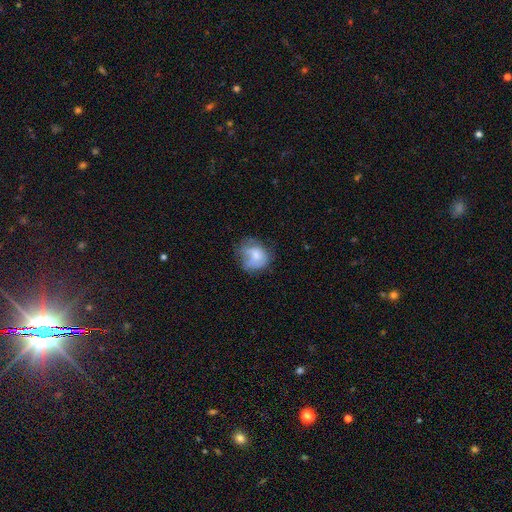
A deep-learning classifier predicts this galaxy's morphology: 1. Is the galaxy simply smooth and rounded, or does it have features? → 59% smooth, 32% featured or disk, 9% star or artifact.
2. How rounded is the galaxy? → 63% round, 36% in between, 1% cigar-shaped.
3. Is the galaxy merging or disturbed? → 40% none, 30% minor disturbance, 27% major disturbance, 4% merger.